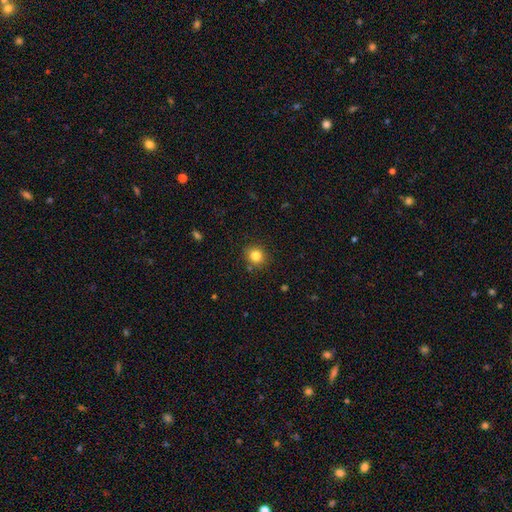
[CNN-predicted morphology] smooth_or_featured: smooth (p=0.81) [alt: star or artifact p=0.12]
how_rounded: round (p=0.88) [alt: in between p=0.11]
merging: none (p=0.88) [alt: minor disturbance p=0.08]